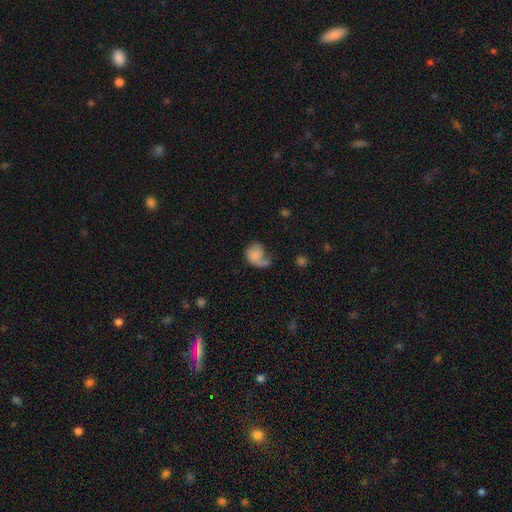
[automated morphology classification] The model was most divided on "how rounded": in between: 51%, round: 48%, cigar-shaped: 1%. Remaining: smooth or featured — smooth (52%); merging — major disturbance (43%).